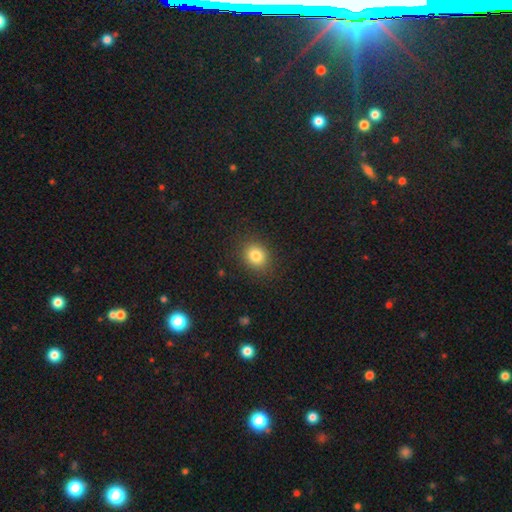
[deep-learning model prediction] smooth_or_featured: smooth (p=0.82) [alt: star or artifact p=0.11]
how_rounded: round (p=0.68) [alt: in between p=0.31]
merging: none (p=0.87) [alt: minor disturbance p=0.09]